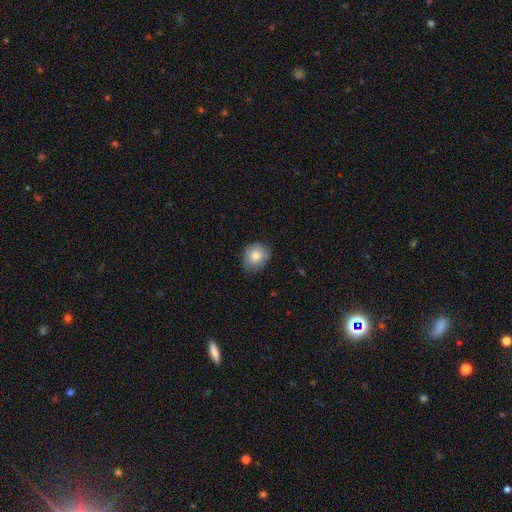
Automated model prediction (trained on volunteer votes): A smooth galaxy with no disk features (80%) that is round (68%).

Vote fractions:
- Smooth or featured? smooth: 80% / featured or disk: 11% / star or artifact: 8%
- How rounded? round: 68% / in between: 31% / cigar-shaped: 1%
- Merging? none: 78% / minor disturbance: 18% / major disturbance: 3% / merger: 1%